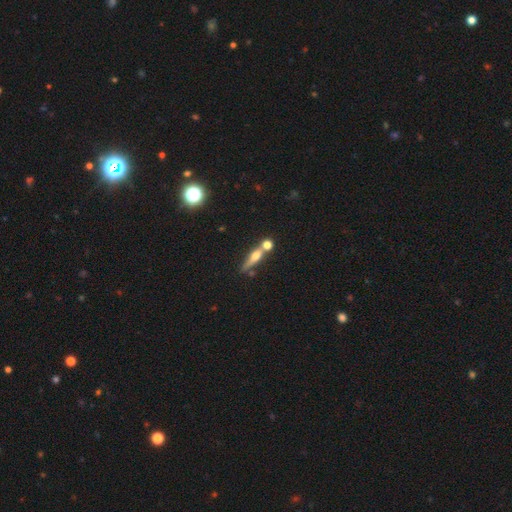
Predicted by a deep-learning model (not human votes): This is possibly a featured or disk galaxy (49%). Merging: possibly none (57%).